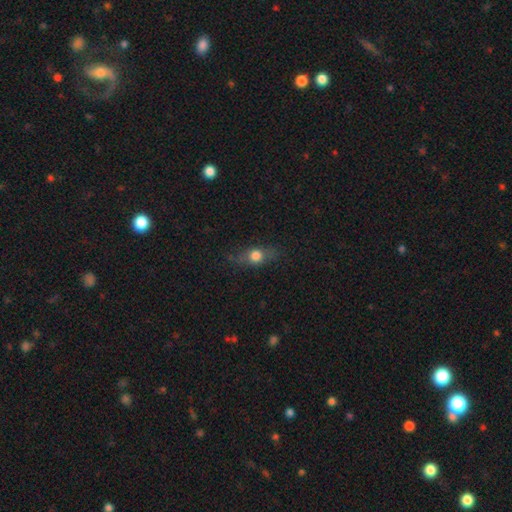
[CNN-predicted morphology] smooth 65%, featured or disk 23%, star or artifact 12%. Down the decision tree: how rounded — in between (49%); merging — none (73%).